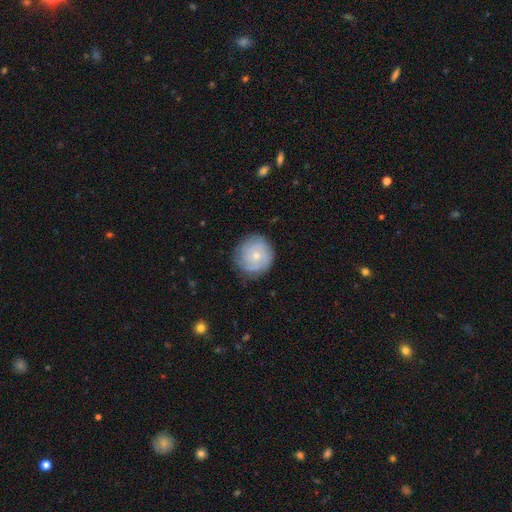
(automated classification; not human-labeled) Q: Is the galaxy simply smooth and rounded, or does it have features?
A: featured or disk — 60%.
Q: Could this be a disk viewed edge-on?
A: no — 98%.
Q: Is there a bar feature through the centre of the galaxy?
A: no — 80%.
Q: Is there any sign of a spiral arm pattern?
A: yes — 83%.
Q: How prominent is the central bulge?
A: small — 53%.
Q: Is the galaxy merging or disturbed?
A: none — 80%.